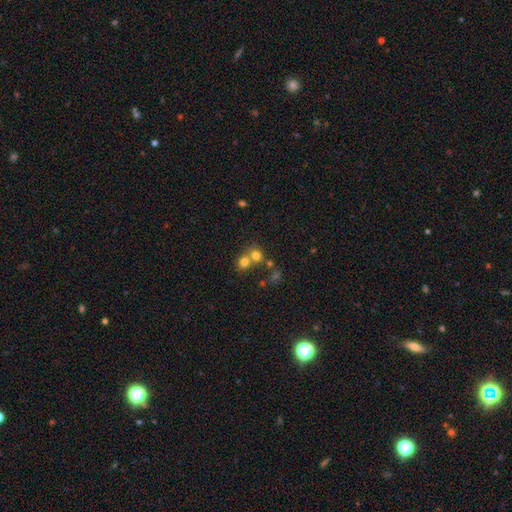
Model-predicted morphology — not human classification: The model was most divided on "merging": merger: 52%, none: 40%, minor disturbance: 6%, major disturbance: 3%. More confident: how rounded — round (79%); smooth or featured — smooth (74%).